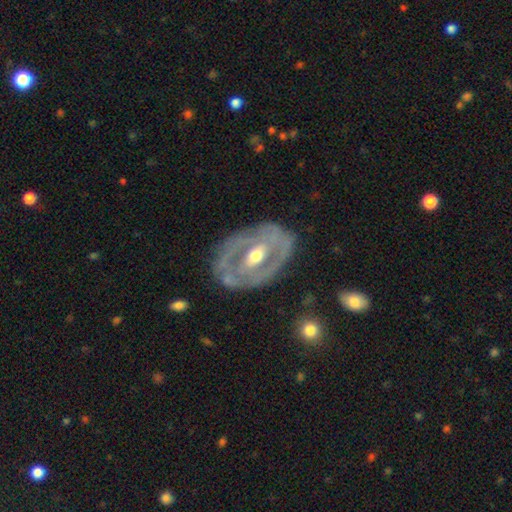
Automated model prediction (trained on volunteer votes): Morphology: type=featured or disk (81%); edge-on=no (94%); bar=weak (39%); spiral arms=yes (57%); bulge=moderate (73%); merging=none (71%).